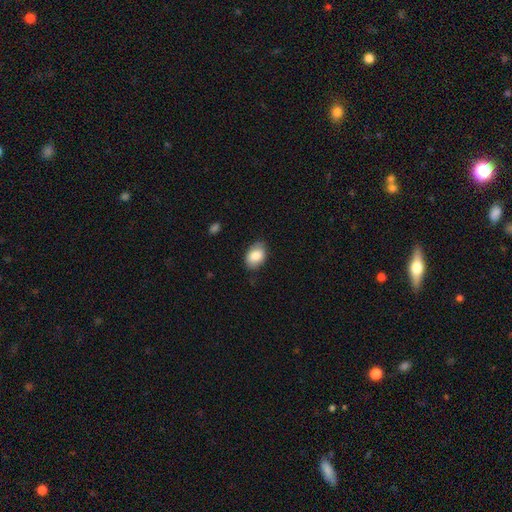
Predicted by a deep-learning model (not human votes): Smooth or featured? Predicted: smooth (p=0.82). How rounded? Predicted: in between (p=0.86). Merging? Predicted: none (p=0.77).